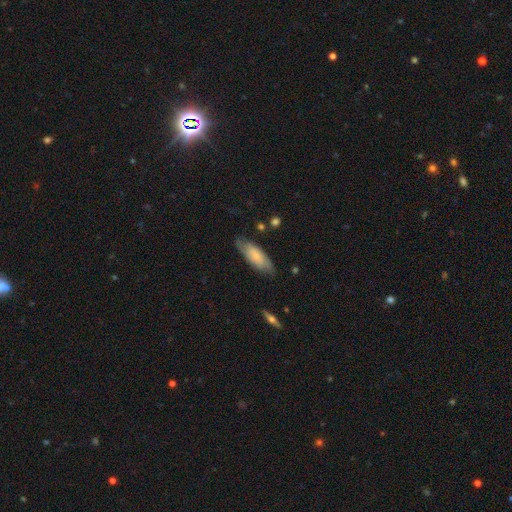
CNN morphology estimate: Smooth or featured? smooth (67%)
How rounded? in between (69%)
Merging? none (72%)